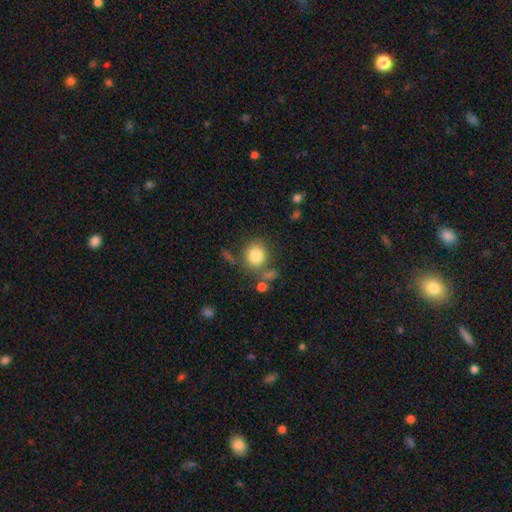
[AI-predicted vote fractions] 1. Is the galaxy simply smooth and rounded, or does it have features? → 82% smooth, 10% star or artifact, 8% featured or disk.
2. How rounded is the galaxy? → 85% round, 14% in between, 1% cigar-shaped.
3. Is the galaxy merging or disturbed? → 73% none, 12% minor disturbance, 10% merger, 5% major disturbance.